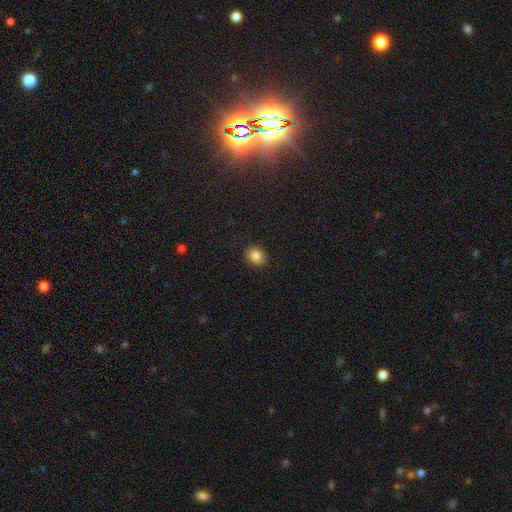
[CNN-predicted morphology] Smooth or featured? smooth (85%)
How rounded? round (62%)
Merging? none (89%)